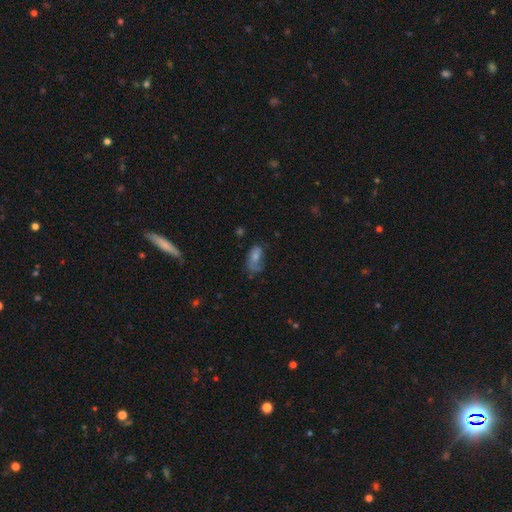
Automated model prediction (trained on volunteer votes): A smooth galaxy with no disk features (51%) that is in between round and cigar-shaped (86%).

Vote fractions:
- Smooth or featured? smooth: 51% / featured or disk: 35% / star or artifact: 14%
- How rounded? in between: 86% / round: 7% / cigar-shaped: 6%
- Merging? none: 43% / major disturbance: 27% / minor disturbance: 26% / merger: 4%